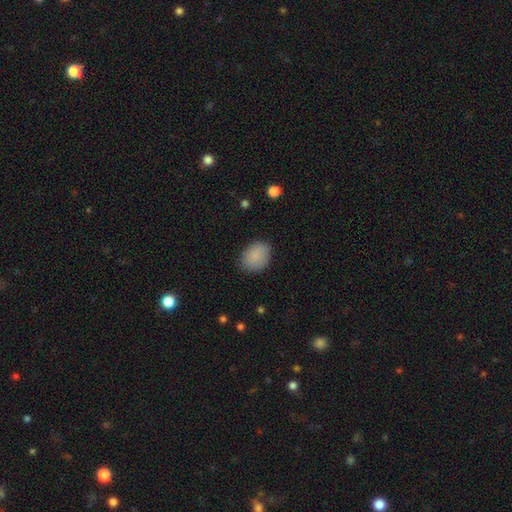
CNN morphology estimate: smooth_or_featured: smooth (p=0.86) [alt: star or artifact p=0.08]
how_rounded: in between (p=0.62) [alt: round p=0.37]
merging: none (p=0.82) [alt: minor disturbance p=0.13]